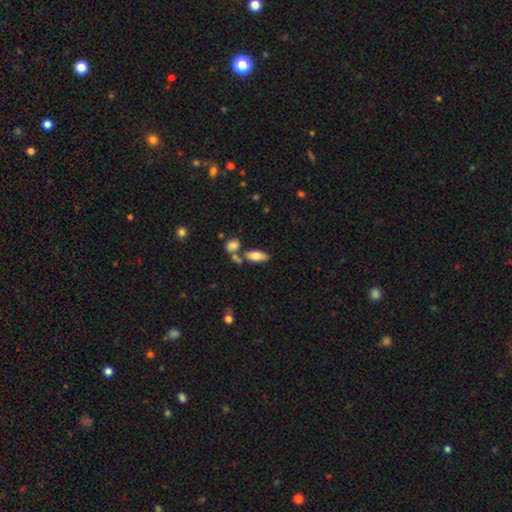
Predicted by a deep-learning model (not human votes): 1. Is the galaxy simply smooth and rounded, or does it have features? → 76% smooth, 16% featured or disk, 7% star or artifact.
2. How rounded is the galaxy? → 84% in between, 13% cigar-shaped, 3% round.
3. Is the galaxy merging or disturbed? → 62% none, 21% merger, 13% minor disturbance, 4% major disturbance.